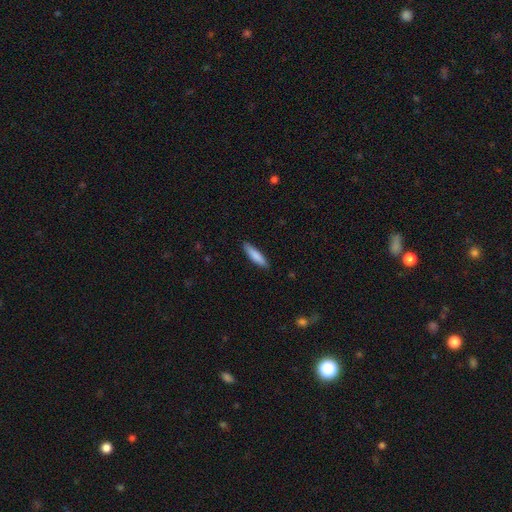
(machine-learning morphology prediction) smooth 84%, featured or disk 10%, star or artifact 6%. Down the decision tree: how rounded — cigar-shaped (77%); merging — none (88%).